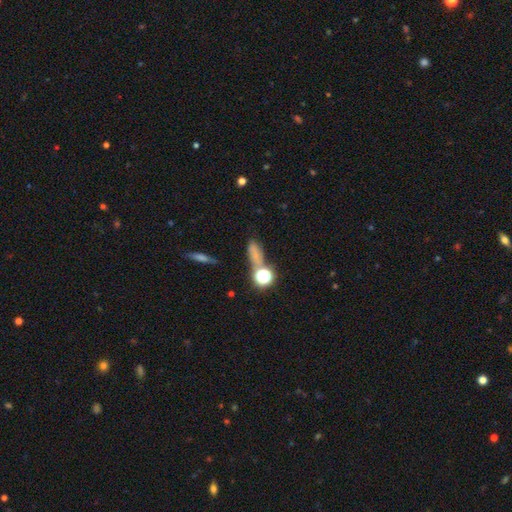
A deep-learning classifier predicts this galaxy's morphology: smooth-or-featured: smooth: 58% | star or artifact: 29% | featured or disk: 13%
  how-rounded: in between: 48% | round: 26% | cigar-shaped: 26%
  merging: none: 58% | merger: 19% | minor disturbance: 16% | major disturbance: 8%